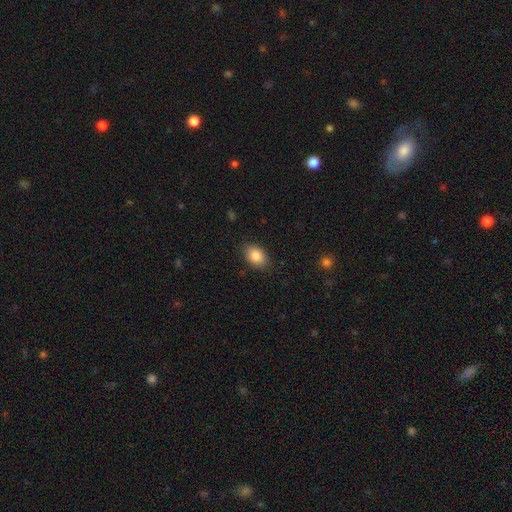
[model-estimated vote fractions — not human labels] A smooth galaxy with no disk features (85%) that is in between round and cigar-shaped (82%). Merging: none (85%).